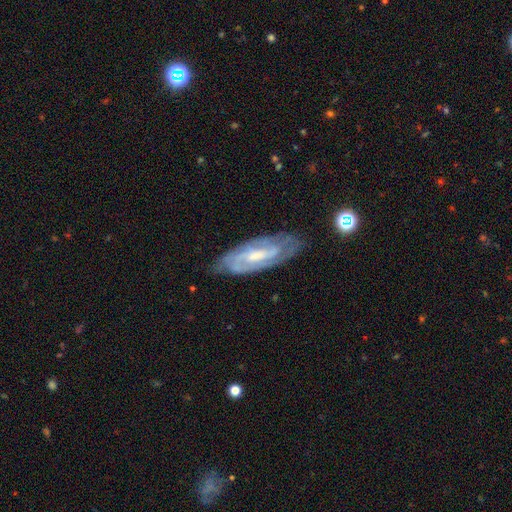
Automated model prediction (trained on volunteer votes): Smooth or featured? Predicted: featured or disk (p=0.80). Edge-on disk? Predicted: no (p=0.86). Bar? Predicted: weak (p=0.47). Spiral arms? Predicted: yes (p=0.90). Spiral winding? Predicted: tight (p=0.53). Spiral arm count? Predicted: 2 (p=0.49). Bulge size? Predicted: moderate (p=0.42, tied with small). Merging? Predicted: none (p=0.74).